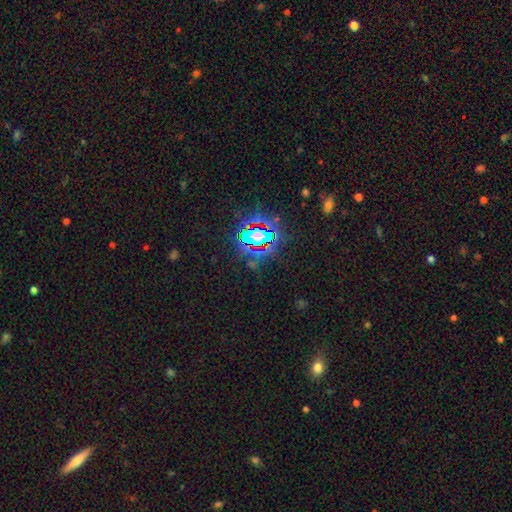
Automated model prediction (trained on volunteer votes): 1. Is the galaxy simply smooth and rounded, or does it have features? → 80% star or artifact, 12% smooth, 8% featured or disk.